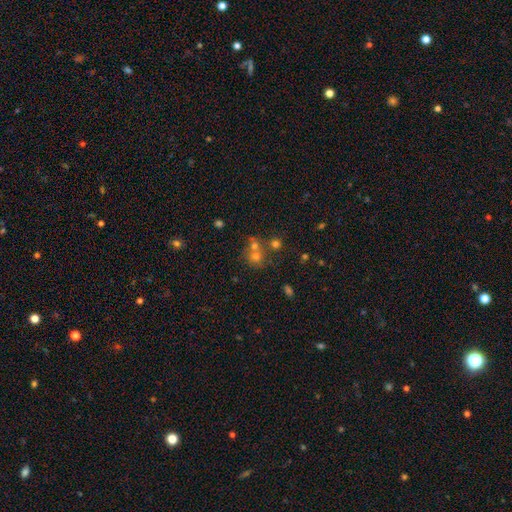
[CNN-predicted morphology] A smooth galaxy with no disk features (57%) that is round (83%).

Vote fractions:
- Smooth or featured? smooth: 57% / star or artifact: 27% / featured or disk: 16%
- How rounded? round: 83% / in between: 16% / cigar-shaped: 1%
- Merging? none: 47% / merger: 41% / minor disturbance: 7% / major disturbance: 4%